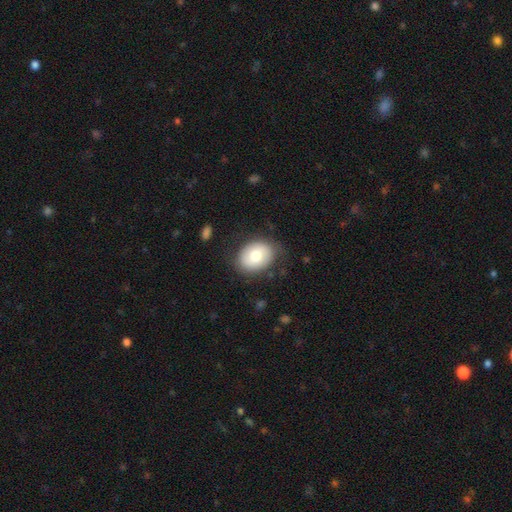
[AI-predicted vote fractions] The model was most divided on "how rounded": in between: 59%, round: 40%, cigar-shaped: 1%. More confident: merging — none (76%); smooth or featured — smooth (74%).